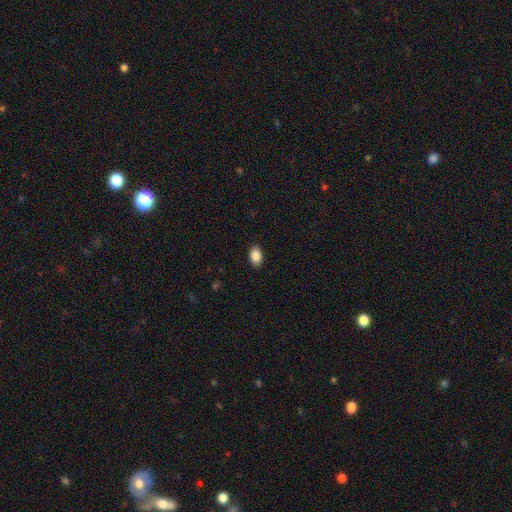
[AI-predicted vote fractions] Smooth or featured: smooth — 88% (star or artifact — 8%)
How rounded: in between — 87% (round — 12%)
Merging: none — 89% (minor disturbance — 8%)